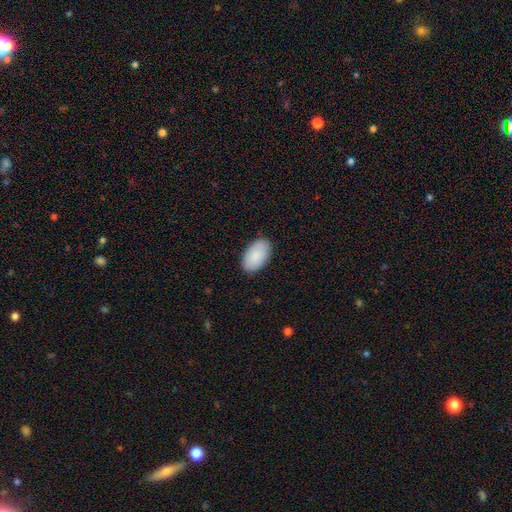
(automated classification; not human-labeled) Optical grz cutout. It shows a smooth galaxy with no disk features (89%) that is in between round and cigar-shaped (96%). Merging: none (88%).